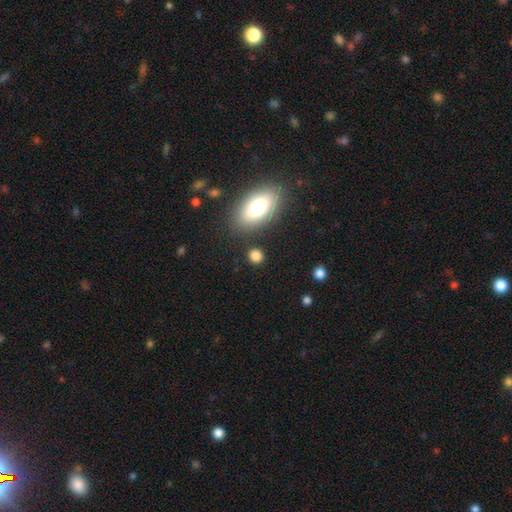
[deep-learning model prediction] This is clearly a smooth galaxy (82%). How rounded: likely round (65%). Merging: clearly none (82%).